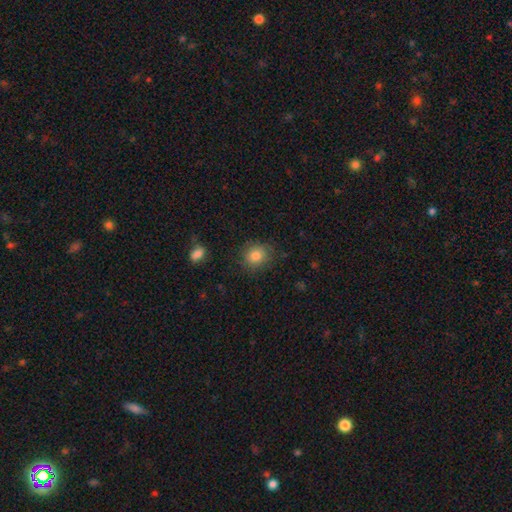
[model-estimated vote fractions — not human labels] Morphology: type=smooth (84%); roundness=round (77%); merging=none (82%).